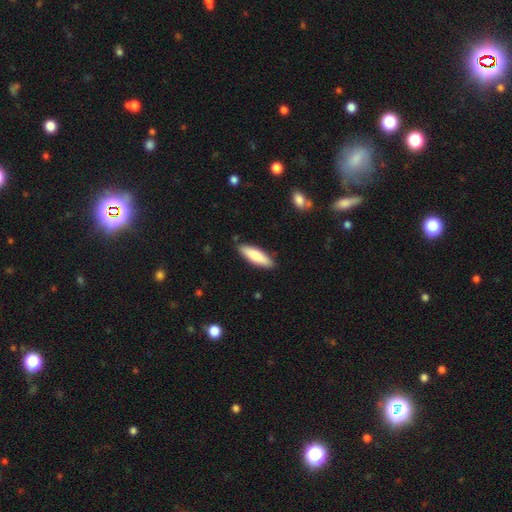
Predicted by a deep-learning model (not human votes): A smooth galaxy with no disk features (79%) that is cigar-shaped (56%). Merging: none (87%).